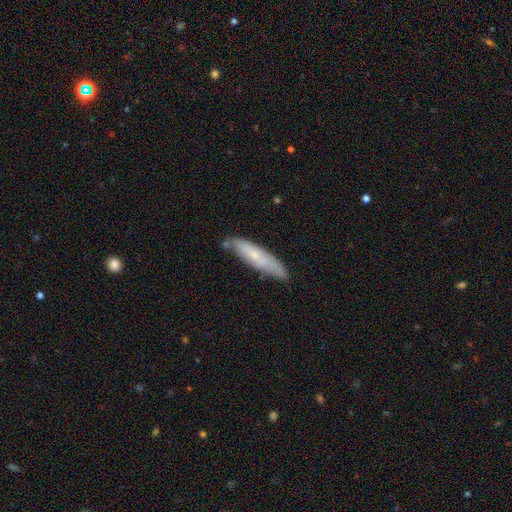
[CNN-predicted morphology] A smooth galaxy with no disk features (54%) that is cigar-shaped (79%). Merging: none (70%).